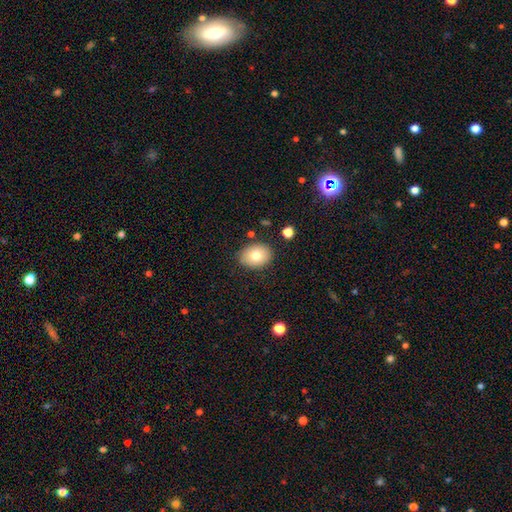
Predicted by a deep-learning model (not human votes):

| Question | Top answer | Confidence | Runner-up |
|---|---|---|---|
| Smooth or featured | smooth | 76% | featured or disk (15%) |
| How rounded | in between | 61% | round (38%) |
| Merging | none | 84% | minor disturbance (11%) |